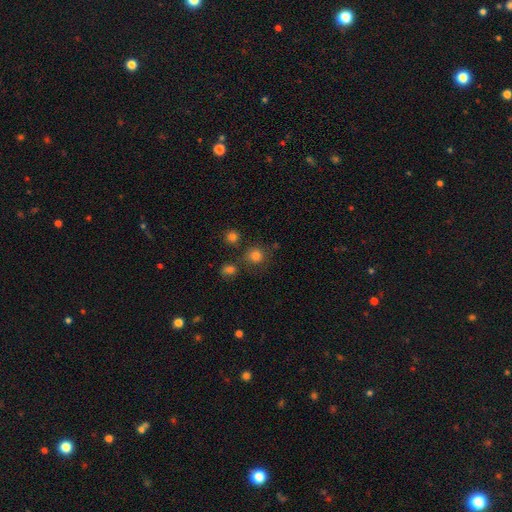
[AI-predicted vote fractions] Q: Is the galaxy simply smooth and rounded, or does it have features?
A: smooth — 79%.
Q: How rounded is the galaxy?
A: round — 90%.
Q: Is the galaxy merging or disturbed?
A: none — 76%.